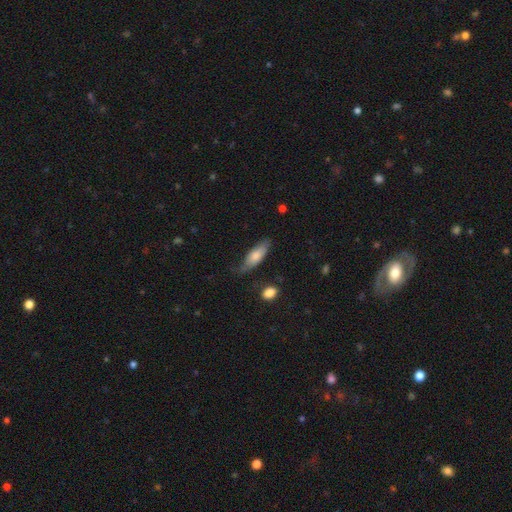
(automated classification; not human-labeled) The model was most divided on "how rounded": in between: 64%, cigar-shaped: 34%, round: 2%. More confident: smooth or featured — smooth (73%); merging — none (60%).